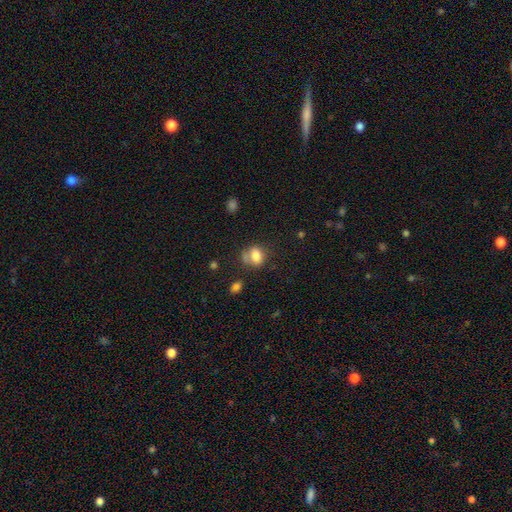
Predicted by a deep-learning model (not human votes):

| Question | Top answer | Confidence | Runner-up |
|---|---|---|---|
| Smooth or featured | smooth | 79% | star or artifact (11%) |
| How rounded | in between | 61% | round (37%) |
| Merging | none | 47% | minor disturbance (23%) |